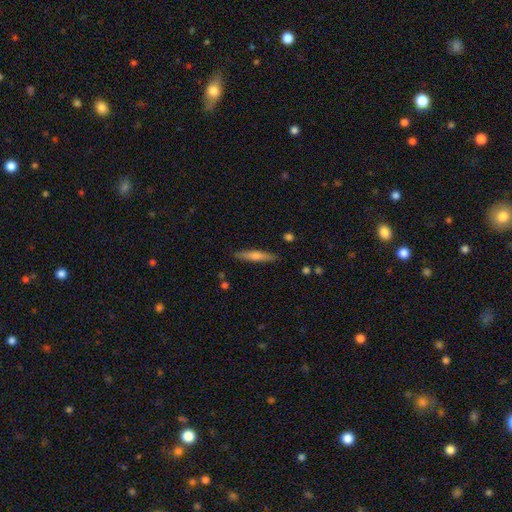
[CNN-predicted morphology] Smooth or featured? Predicted: smooth (p=0.57). How rounded? Predicted: cigar-shaped (p=0.91). Merging? Predicted: none (p=0.88).